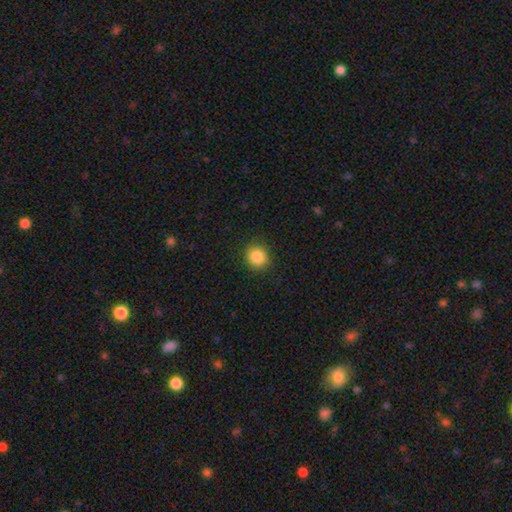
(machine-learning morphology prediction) Q: Smooth or featured?
A: smooth (86%); runner-up: star or artifact (10%)
Q: How rounded?
A: round (88%); runner-up: in between (11%)
Q: Merging?
A: none (90%); runner-up: minor disturbance (7%)